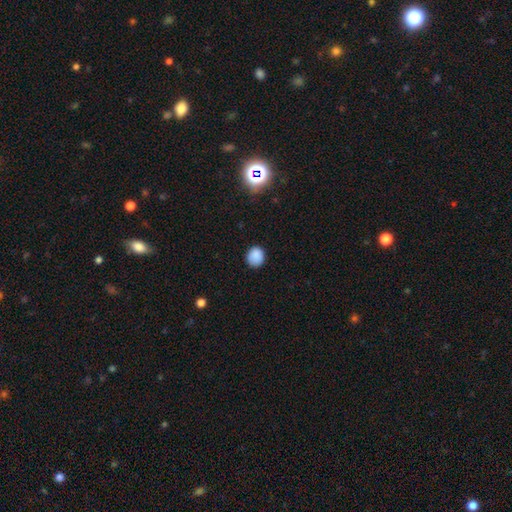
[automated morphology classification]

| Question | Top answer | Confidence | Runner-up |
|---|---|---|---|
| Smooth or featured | smooth | 86% | star or artifact (10%) |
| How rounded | round | 80% | in between (19%) |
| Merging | none | 84% | minor disturbance (13%) |